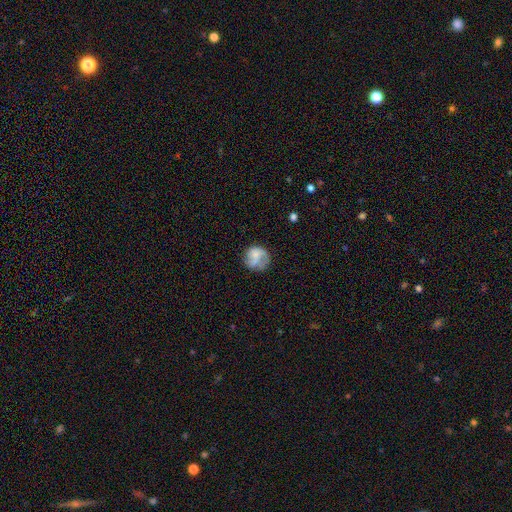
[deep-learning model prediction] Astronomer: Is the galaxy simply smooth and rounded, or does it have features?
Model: smooth — 55% (runner-up: featured or disk, 37%).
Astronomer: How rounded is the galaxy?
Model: round — 81%.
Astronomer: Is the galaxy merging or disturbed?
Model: none — 54%.